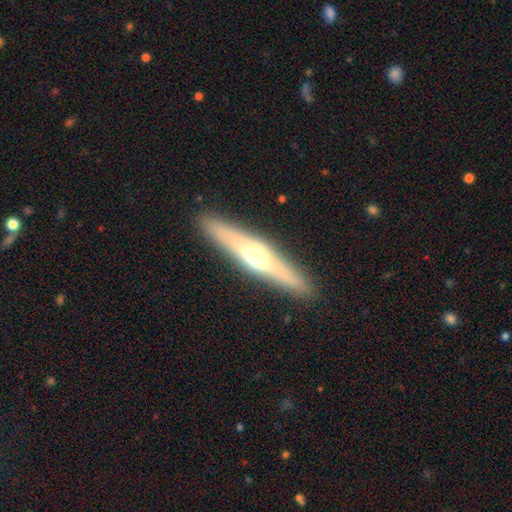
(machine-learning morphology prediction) Q: Smooth or featured?
A: featured or disk (62%); runner-up: smooth (32%)
Q: Edge-on disk?
A: yes (93%); runner-up: no (7%)
Q: Edge-on bulge?
A: rounded (88%); runner-up: none (6%)
Q: Merging?
A: none (91%); runner-up: minor disturbance (6%)